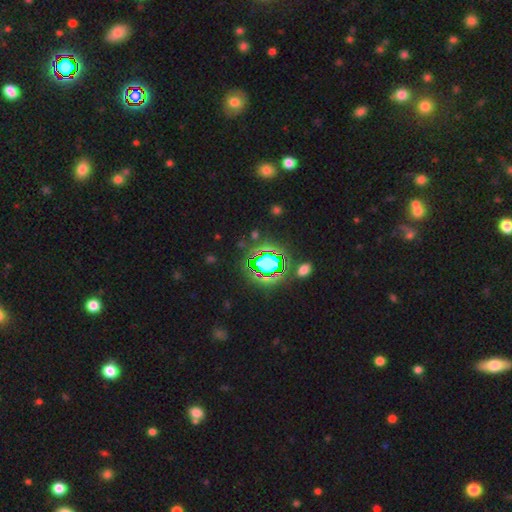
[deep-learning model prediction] Morphology: type=star or artifact (75%).